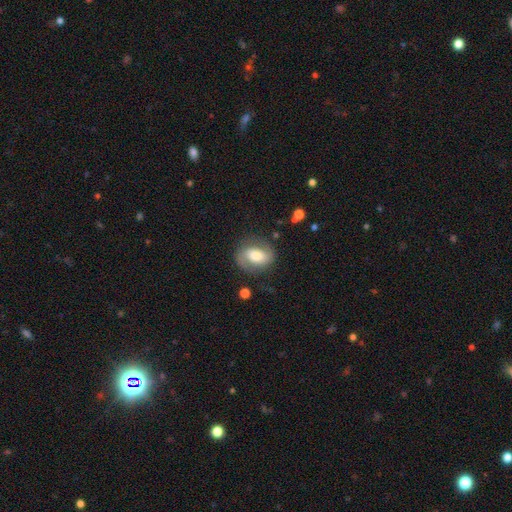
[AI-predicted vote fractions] Q: Smooth or featured?
A: featured or disk (53%); runner-up: smooth (40%)
Q: Edge-on disk?
A: no (96%); runner-up: yes (4%)
Q: Bar?
A: weak (40%); runner-up: no (34%)
Q: Spiral arms?
A: yes (80%); runner-up: no (20%)
Q: Bulge size?
A: moderate (52%); runner-up: large (27%)
Q: Merging?
A: none (75%); runner-up: minor disturbance (16%)